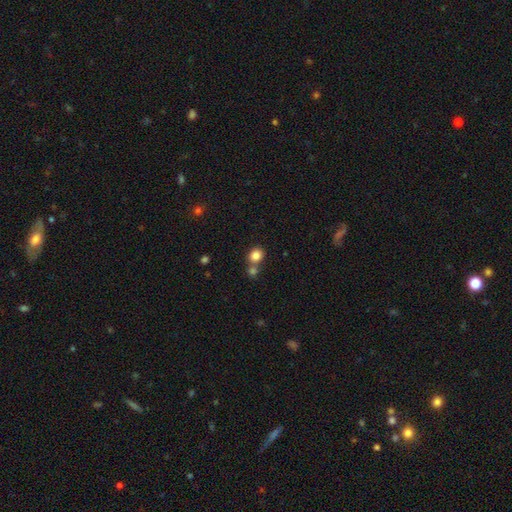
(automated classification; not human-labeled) Smooth or featured: smooth — 83% (star or artifact — 10%)
How rounded: round — 75% (in between — 24%)
Merging: none — 57% (merger — 31%)